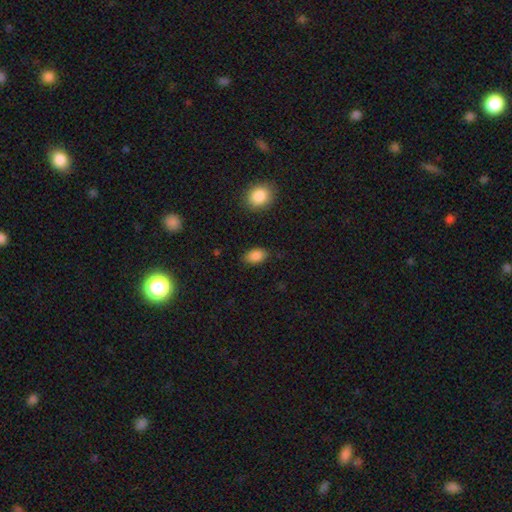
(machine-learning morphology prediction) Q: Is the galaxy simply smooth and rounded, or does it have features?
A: smooth — 87%.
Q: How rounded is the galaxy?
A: in between — 89%.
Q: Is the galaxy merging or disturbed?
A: none — 83%.